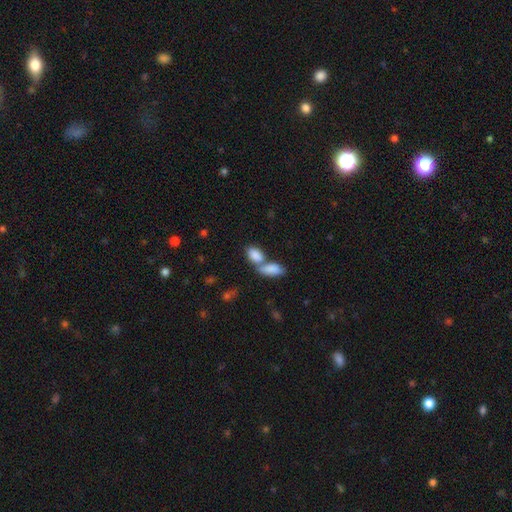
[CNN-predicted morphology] Smooth or featured? Predicted: smooth (p=0.85). How rounded? Predicted: in between (p=0.92). Merging? Predicted: merger (p=0.58).